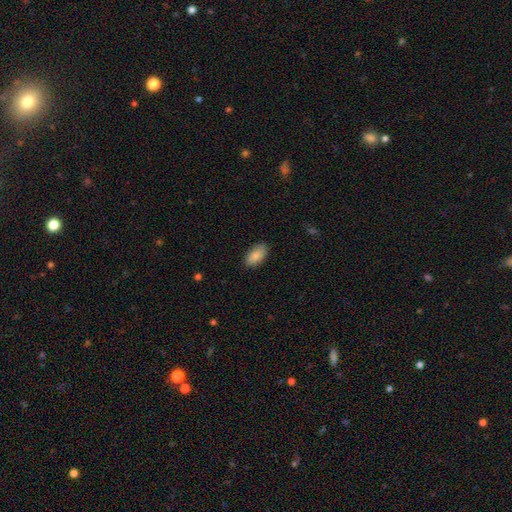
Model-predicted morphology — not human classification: smooth-or-featured: smooth: 88% | star or artifact: 6% | featured or disk: 6%
  how-rounded: in between: 93% | cigar-shaped: 4% | round: 3%
  merging: none: 87% | minor disturbance: 10% | major disturbance: 2% | merger: 1%